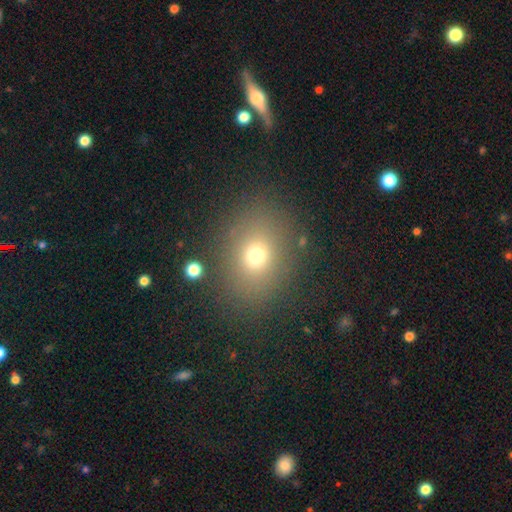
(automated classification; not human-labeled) smooth 69%, star or artifact 19%, featured or disk 13%. Down the decision tree: how rounded — round (51%); merging — none (81%).